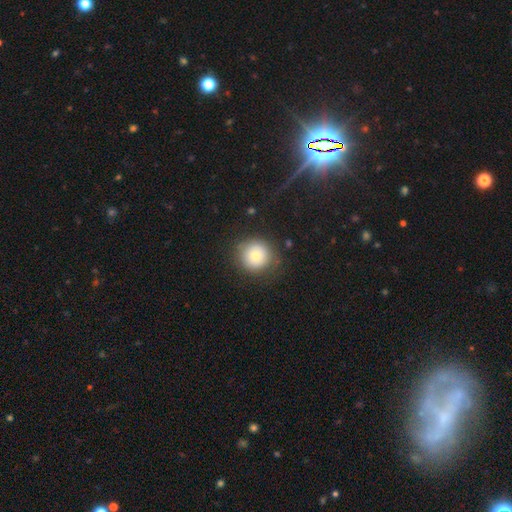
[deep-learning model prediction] Smooth or featured: smooth — 75% (featured or disk — 14%)
How rounded: round — 93% (in between — 6%)
Merging: none — 81% (minor disturbance — 12%)